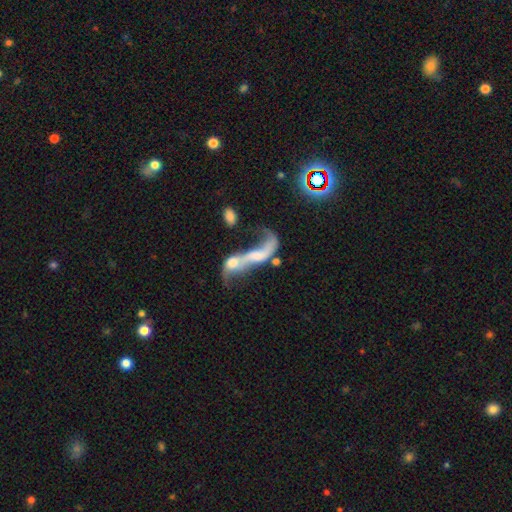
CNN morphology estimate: Smooth or featured? featured or disk (63%)
Edge-on disk? no (89%)
Bar? no (62%)
Spiral arms? yes (58%)
Bulge size? none (37%)
Merging? merger (58%)